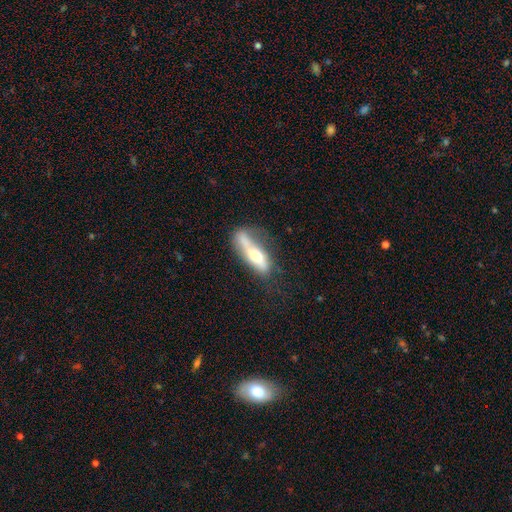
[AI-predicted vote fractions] Smooth or featured?
  - smooth: 57% *
  - featured or disk: 36%
  - star or artifact: 7%
How rounded?
  - cigar-shaped: 52% *
  - in between: 45%
  - round: 3%
Merging?
  - none: 34% *
  - minor disturbance: 25%
  - major disturbance: 21%
  - merger: 20%